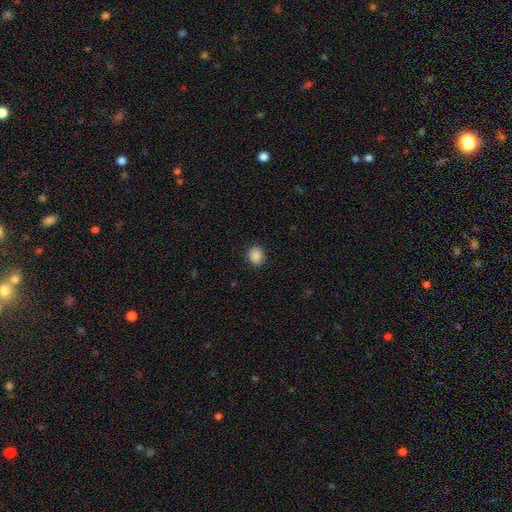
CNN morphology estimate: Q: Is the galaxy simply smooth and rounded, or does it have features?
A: smooth — 88%.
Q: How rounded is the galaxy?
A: round — 62%.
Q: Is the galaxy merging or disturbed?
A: none — 88%.